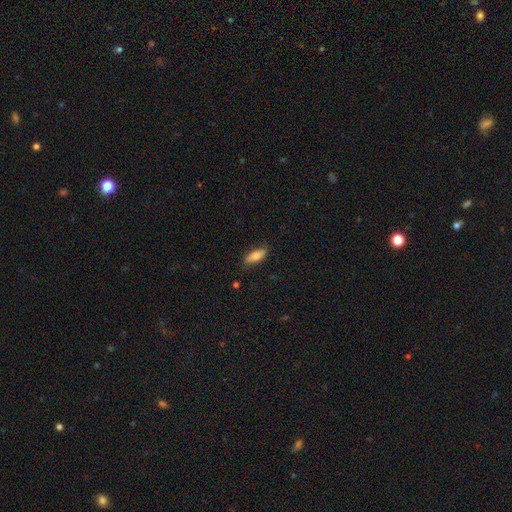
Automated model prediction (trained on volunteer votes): Smooth or featured? smooth (69%)
How rounded? in between (73%)
Merging? none (77%)